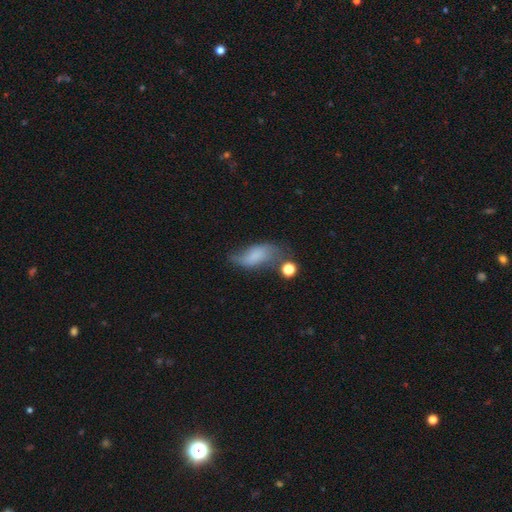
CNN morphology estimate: Smooth or featured: smooth — 58% (featured or disk — 31%)
How rounded: in between — 83% (cigar-shaped — 10%)
Merging: none — 39% (minor disturbance — 31%)